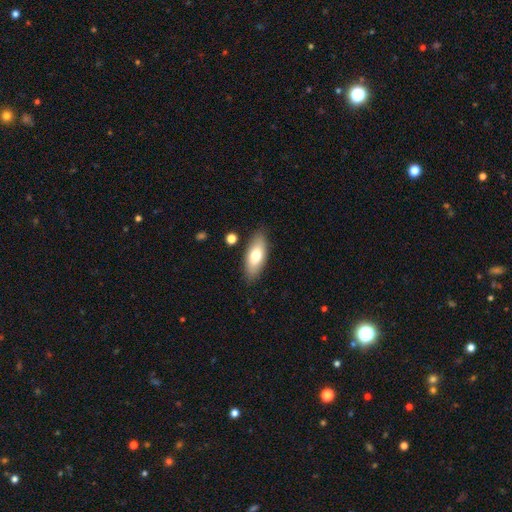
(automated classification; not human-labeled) Smooth or featured?
  - smooth: 72% *
  - featured or disk: 22%
  - star or artifact: 6%
How rounded?
  - in between: 79% *
  - cigar-shaped: 18%
  - round: 2%
Merging?
  - none: 85% *
  - minor disturbance: 11%
  - major disturbance: 2%
  - merger: 2%